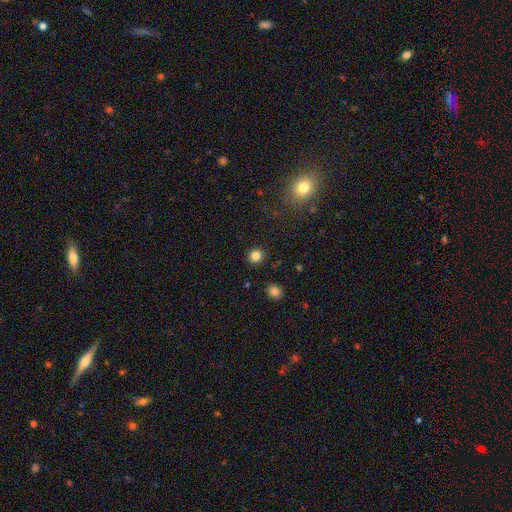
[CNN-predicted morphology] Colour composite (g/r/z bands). It shows a smooth galaxy with no disk features (84%) that is round (90%). Merging: none (91%).